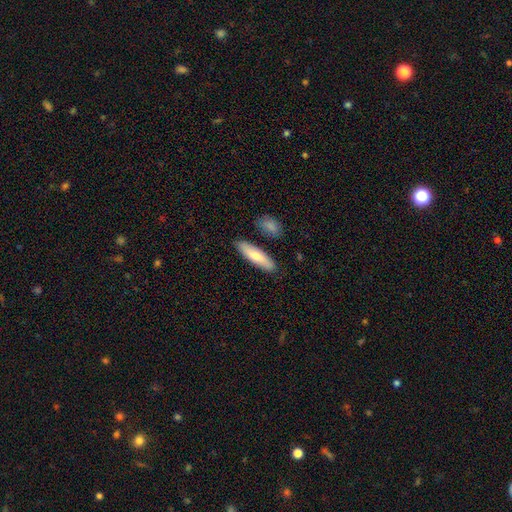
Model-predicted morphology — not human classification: Smooth or featured? Predicted: smooth (p=0.76). How rounded? Predicted: cigar-shaped (p=0.61). Merging? Predicted: none (p=0.83).